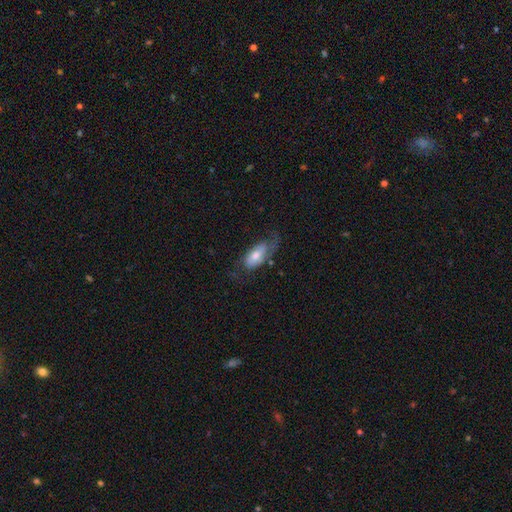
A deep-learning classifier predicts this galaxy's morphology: type=smooth (48%); merging=none (44%).